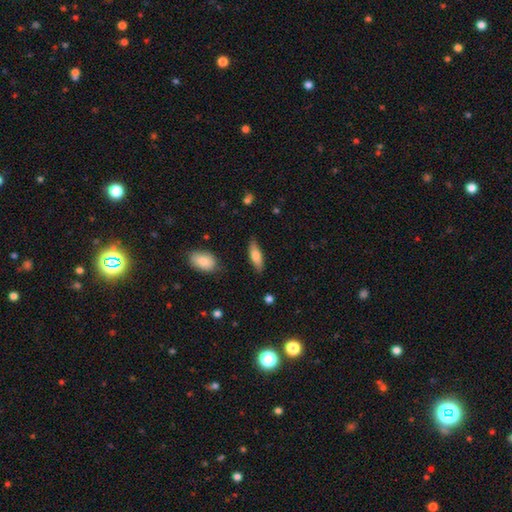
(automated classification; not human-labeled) A smooth galaxy with no disk features (72%) that is in between round and cigar-shaped (54%). Merging: none (81%).